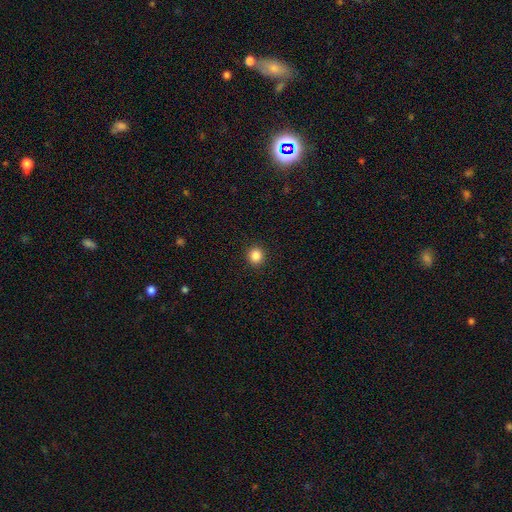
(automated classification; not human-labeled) Q: Smooth or featured?
A: smooth (86%); runner-up: star or artifact (10%)
Q: How rounded?
A: round (89%); runner-up: in between (10%)
Q: Merging?
A: none (92%); runner-up: minor disturbance (5%)